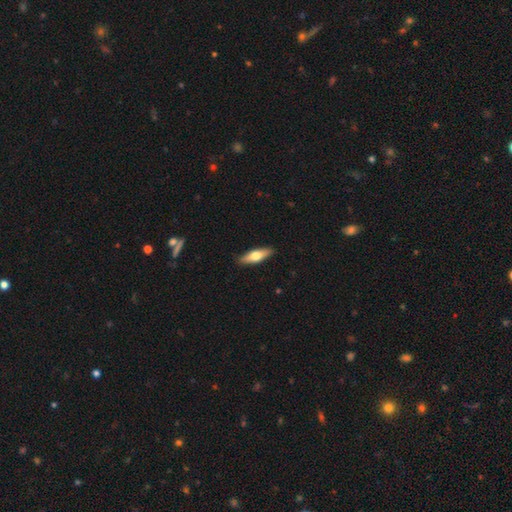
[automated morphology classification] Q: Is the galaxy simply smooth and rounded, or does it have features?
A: smooth — 57%.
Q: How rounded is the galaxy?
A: cigar-shaped — 53%.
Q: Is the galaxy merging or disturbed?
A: none — 89%.